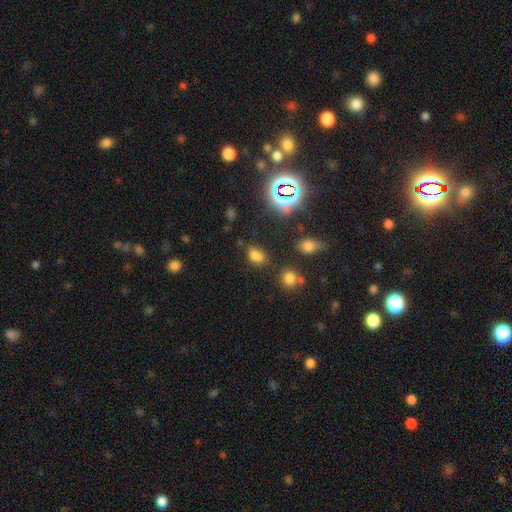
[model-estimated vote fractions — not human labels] Smooth or featured? smooth (70%)
How rounded? in between (79%)
Merging? none (67%)